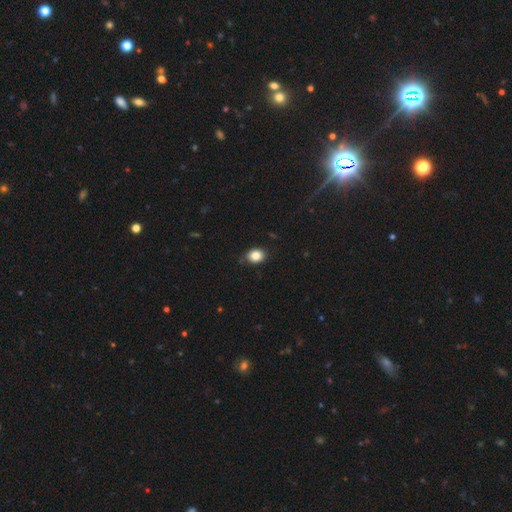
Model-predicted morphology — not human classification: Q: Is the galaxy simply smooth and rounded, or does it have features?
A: smooth — 85%.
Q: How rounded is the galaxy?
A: in between — 52%.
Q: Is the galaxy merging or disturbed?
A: none — 85%.